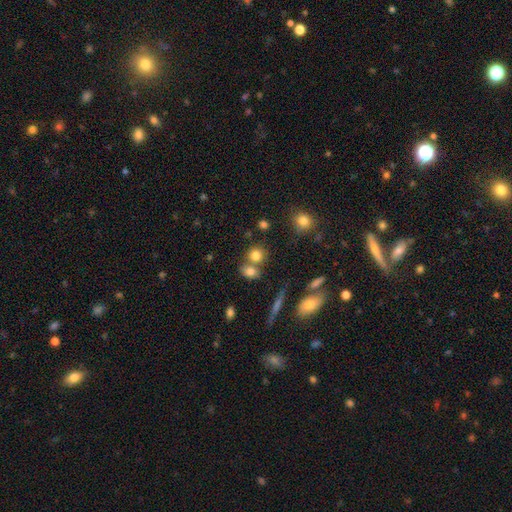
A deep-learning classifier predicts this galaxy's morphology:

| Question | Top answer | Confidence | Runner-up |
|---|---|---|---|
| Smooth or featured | smooth | 79% | star or artifact (12%) |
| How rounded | round | 79% | in between (19%) |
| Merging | none | 54% | merger (33%) |